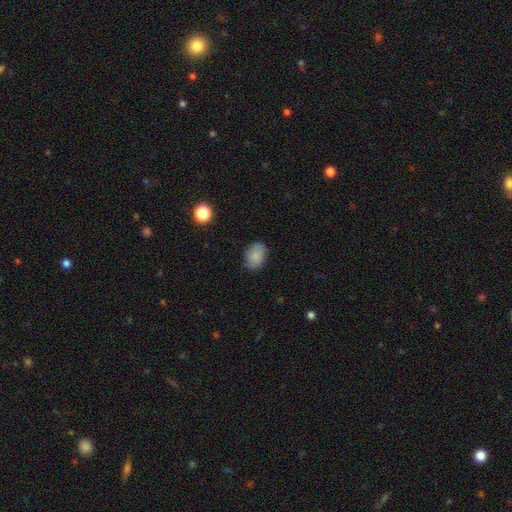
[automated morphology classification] A smooth galaxy with no disk features (85%) that is in between round and cigar-shaped (76%). Merging: none (80%).